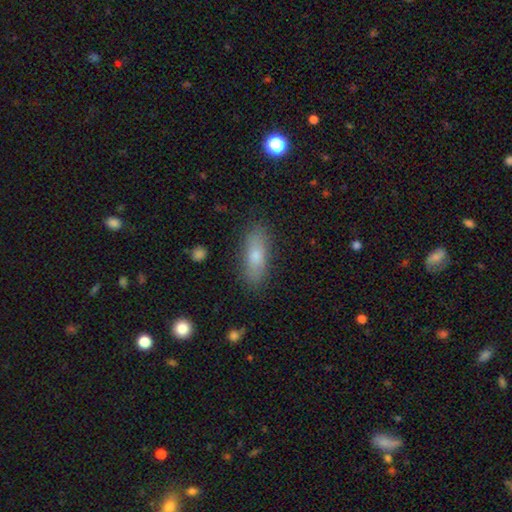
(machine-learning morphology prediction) A smooth galaxy with no disk features (74%) that is in between round and cigar-shaped (62%).

Vote fractions:
- Smooth or featured? smooth: 74% / featured or disk: 19% / star or artifact: 7%
- How rounded? in between: 62% / cigar-shaped: 35% / round: 3%
- Merging? none: 83% / minor disturbance: 12% / major disturbance: 3% / merger: 1%